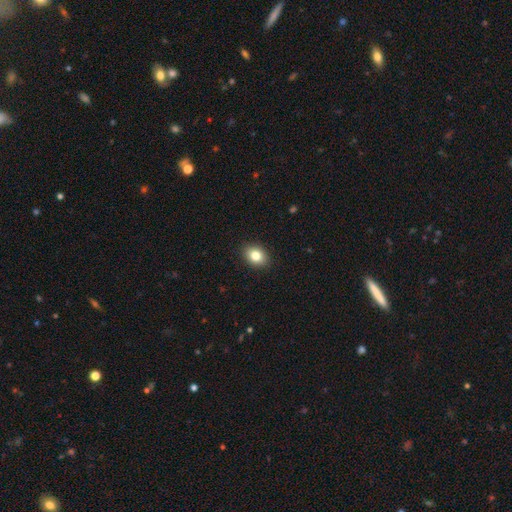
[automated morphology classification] This appears to be a smooth galaxy with no disk features (82%) that is in between round and cigar-shaped (64%). Merging: none (90%).